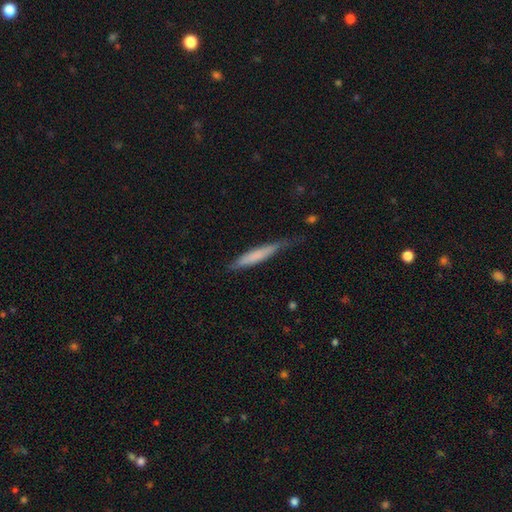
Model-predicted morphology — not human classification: smooth_or_featured: smooth (p=0.67) [alt: featured or disk p=0.27]
how_rounded: cigar-shaped (p=0.92) [alt: in between p=0.06]
merging: none (p=0.62) [alt: minor disturbance p=0.29]